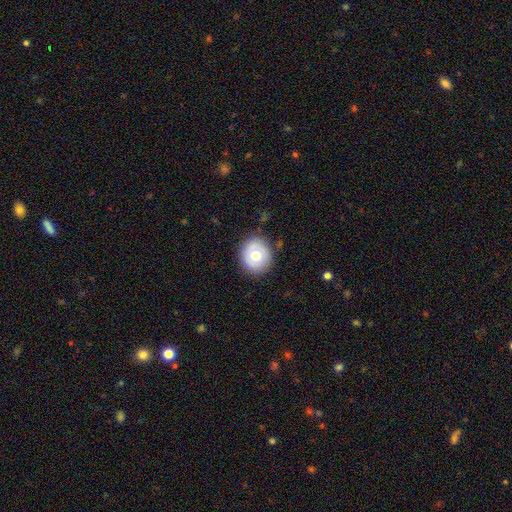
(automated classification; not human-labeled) Morphology: type=smooth (67%); roundness=round (81%); merging=none (84%).